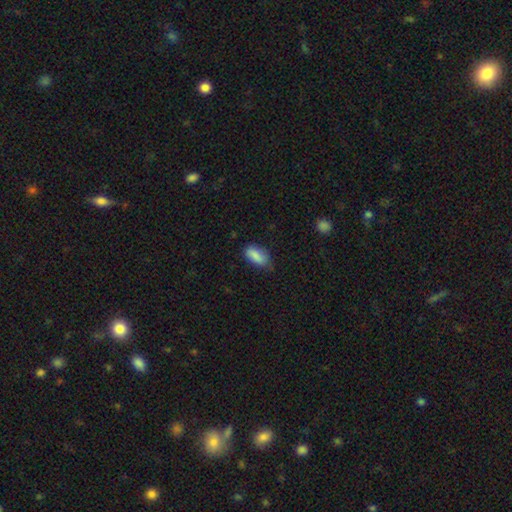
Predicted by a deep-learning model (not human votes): This is clearly a smooth galaxy (85%). How rounded: clearly in between (88%). Merging: likely none (61%).